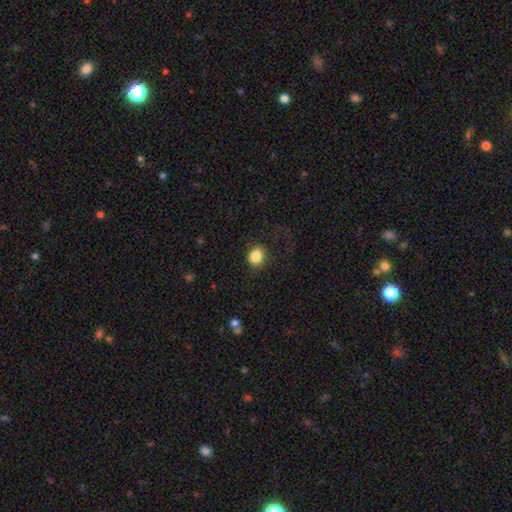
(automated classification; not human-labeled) A smooth galaxy with no disk features (86%) that is in between round and cigar-shaped (50%). Merging: none (70%).